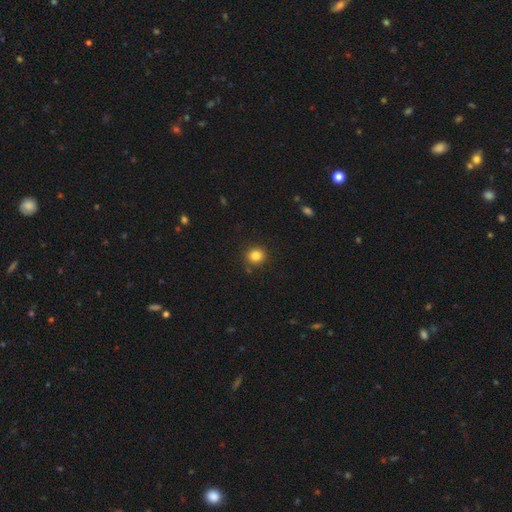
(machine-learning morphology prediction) A smooth galaxy with no disk features (84%) that is round (83%).

Vote fractions:
- Smooth or featured? smooth: 84% / star or artifact: 11% / featured or disk: 5%
- How rounded? round: 83% / in between: 16% / cigar-shaped: 1%
- Merging? none: 87% / minor disturbance: 8% / major disturbance: 2% / merger: 2%